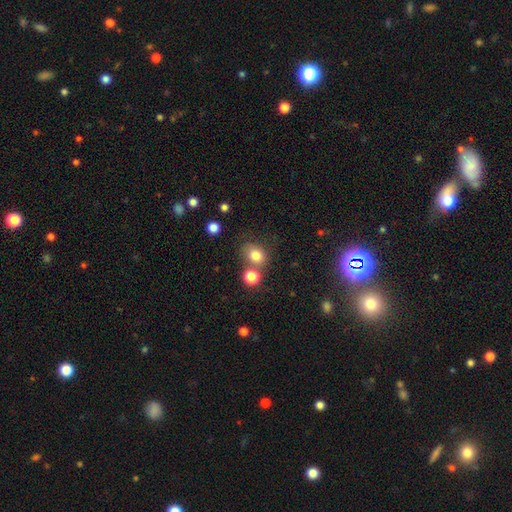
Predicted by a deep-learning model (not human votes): Smooth or featured?
  - smooth: 80% *
  - star or artifact: 12%
  - featured or disk: 8%
How rounded?
  - round: 59% *
  - in between: 40%
  - cigar-shaped: 1%
Merging?
  - none: 57% *
  - merger: 24%
  - minor disturbance: 13%
  - major disturbance: 5%